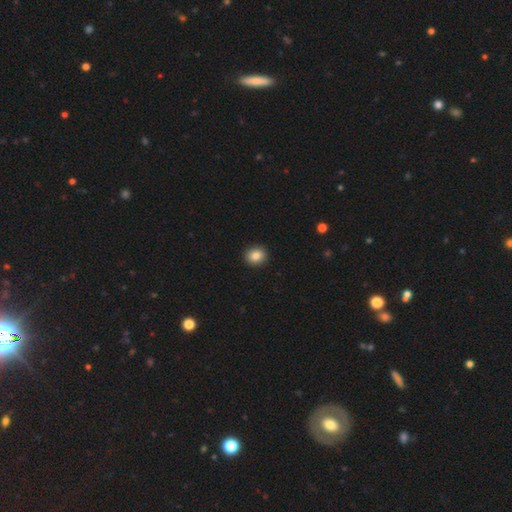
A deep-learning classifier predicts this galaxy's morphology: Overall: smooth (85%). How rounded: round (71%). Merging: none (92%).